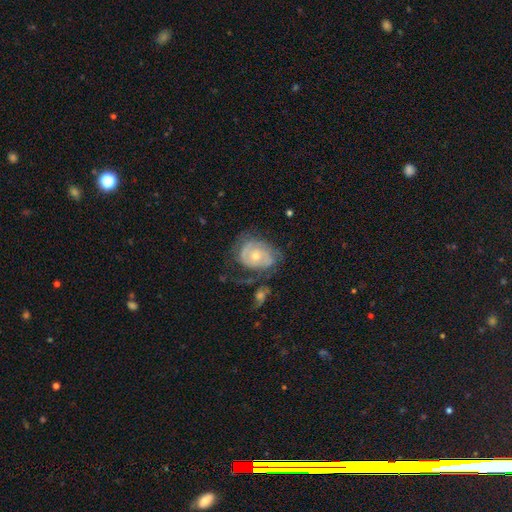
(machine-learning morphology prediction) smooth_or_featured: featured or disk (p=0.66) [alt: smooth p=0.27]
disk_edge_on: no (p=0.97) [alt: yes p=0.03]
bar: no (p=0.81) [alt: weak p=0.16]
has_spiral_arms: yes (p=0.71) [alt: no p=0.29]
bulge_size: small (p=0.49) [alt: moderate p=0.47]
merging: none (p=0.44) [alt: minor disturbance p=0.26]